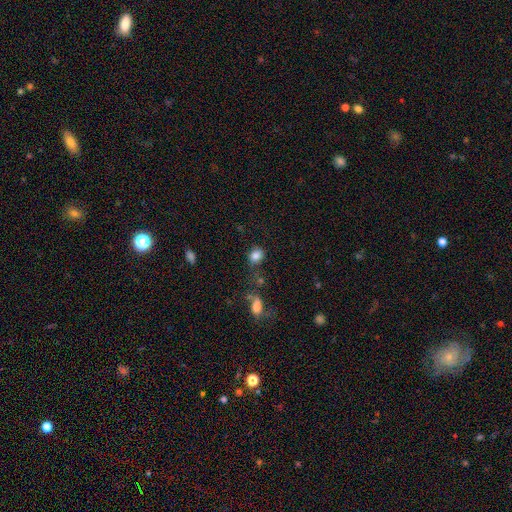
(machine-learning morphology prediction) smooth-or-featured: smooth: 83% | star or artifact: 10% | featured or disk: 7%
  how-rounded: round: 60% | in between: 39% | cigar-shaped: 1%
  merging: none: 59% | minor disturbance: 19% | merger: 13% | major disturbance: 9%